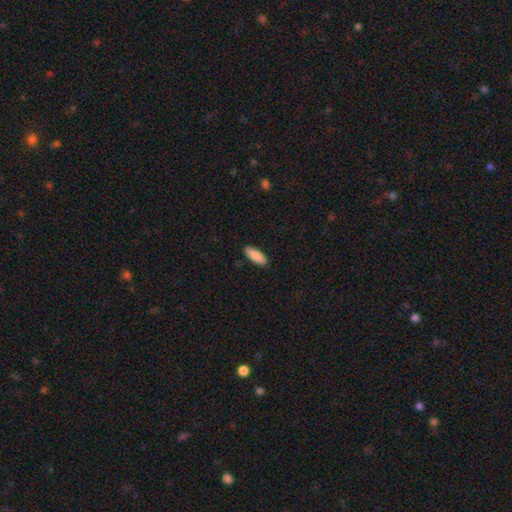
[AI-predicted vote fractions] A smooth galaxy with no disk features (90%) that is in between round and cigar-shaped (70%). Merging: none (89%).